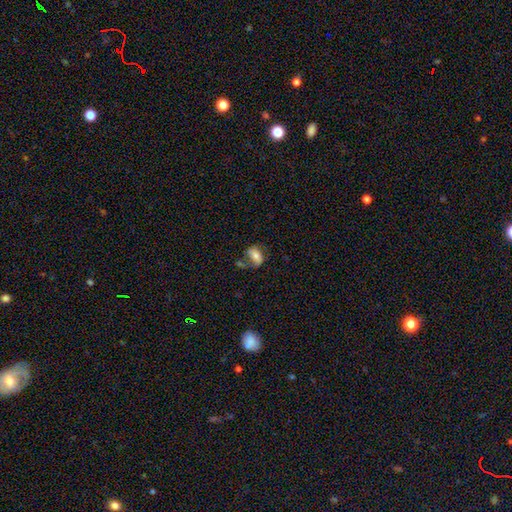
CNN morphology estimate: This appears to be a smooth galaxy with no disk features (59%) that is in between round and cigar-shaped (83%). Merging: none (41%).